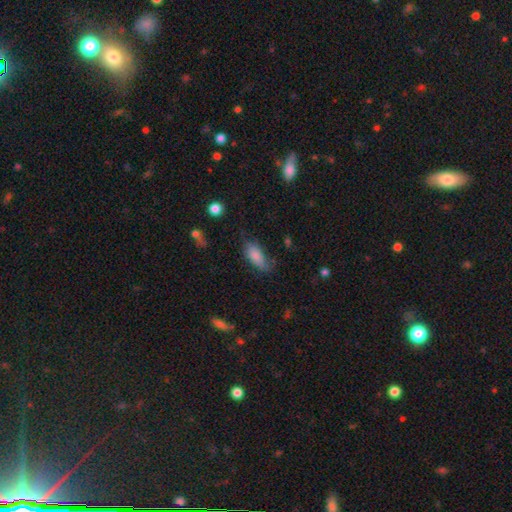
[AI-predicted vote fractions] Smooth or featured: smooth — 82% (featured or disk — 10%)
How rounded: in between — 84% (cigar-shaped — 14%)
Merging: none — 56% (minor disturbance — 31%)